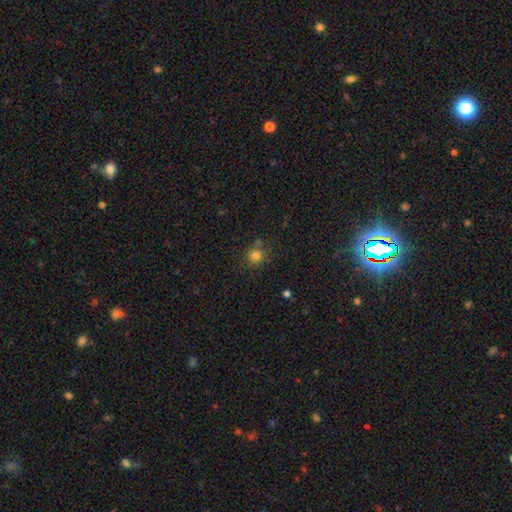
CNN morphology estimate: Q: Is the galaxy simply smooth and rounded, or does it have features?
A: smooth — 77%.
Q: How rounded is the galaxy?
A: round — 88%.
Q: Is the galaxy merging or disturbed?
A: none — 73%.